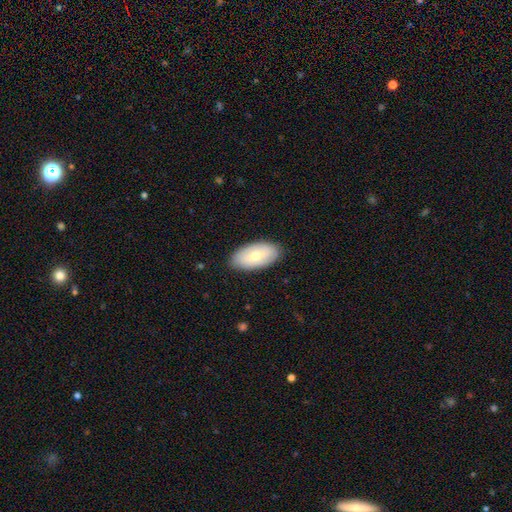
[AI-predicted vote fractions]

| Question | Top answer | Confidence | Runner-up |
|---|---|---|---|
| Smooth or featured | smooth | 63% | featured or disk (31%) |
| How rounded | in between | 94% | round (4%) |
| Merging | none | 84% | minor disturbance (12%) |